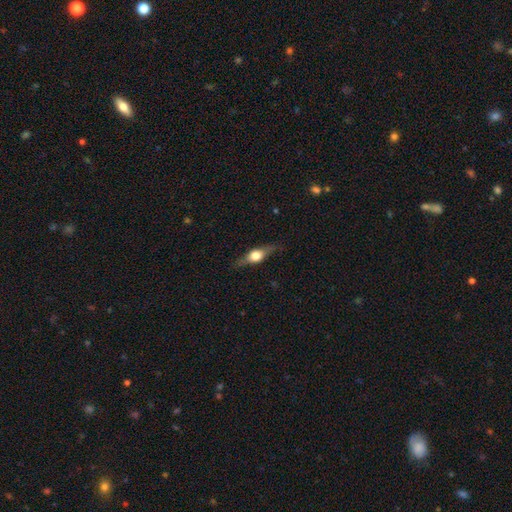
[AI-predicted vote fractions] Morphology: type=featured or disk (59%); edge-on=yes (93%); edge-on bulge=rounded (94%); merging=none (82%).